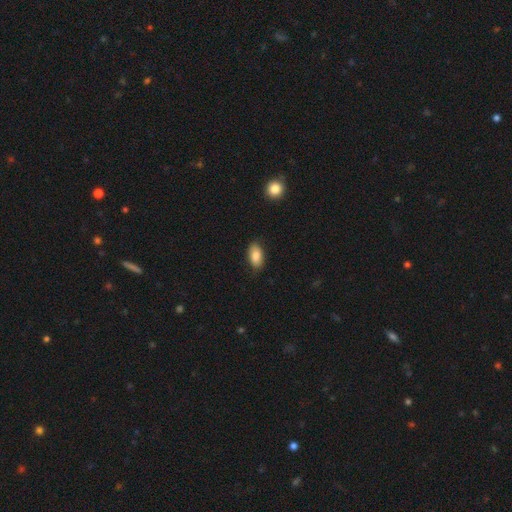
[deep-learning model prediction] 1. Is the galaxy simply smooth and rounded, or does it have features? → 86% smooth, 7% featured or disk, 7% star or artifact.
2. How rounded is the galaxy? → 92% in between, 5% round, 3% cigar-shaped.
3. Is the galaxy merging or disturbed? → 83% none, 13% minor disturbance, 3% major disturbance, 1% merger.